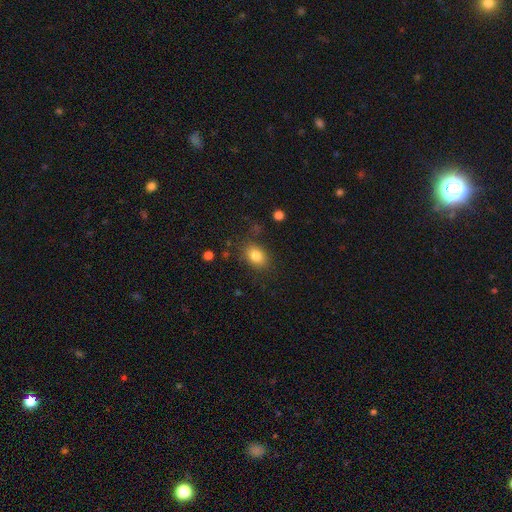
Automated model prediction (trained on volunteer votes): A smooth galaxy with no disk features (84%) that is in between round and cigar-shaped (74%).

Vote fractions:
- Smooth or featured? smooth: 84% / star or artifact: 10% / featured or disk: 7%
- How rounded? in between: 74% / round: 25% / cigar-shaped: 1%
- Merging? none: 80% / minor disturbance: 13% / major disturbance: 4% / merger: 2%